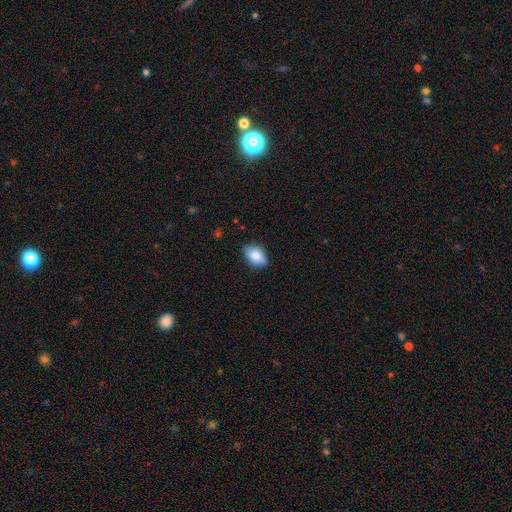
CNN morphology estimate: type=smooth (79%); roundness=in between (86%); merging=none (79%).